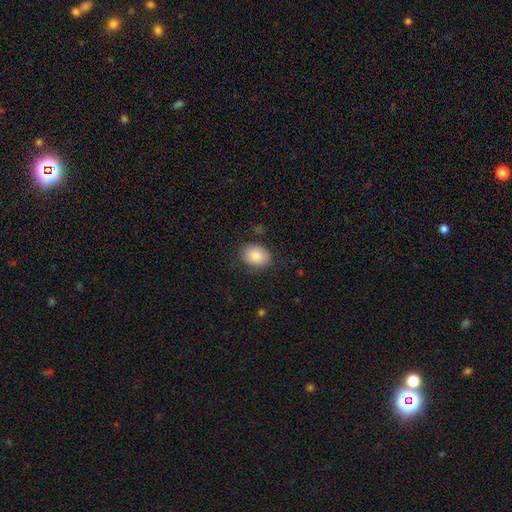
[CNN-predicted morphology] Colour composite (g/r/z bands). It shows a smooth galaxy with no disk features (85%) that is in between round and cigar-shaped (62%). Merging: none (79%).